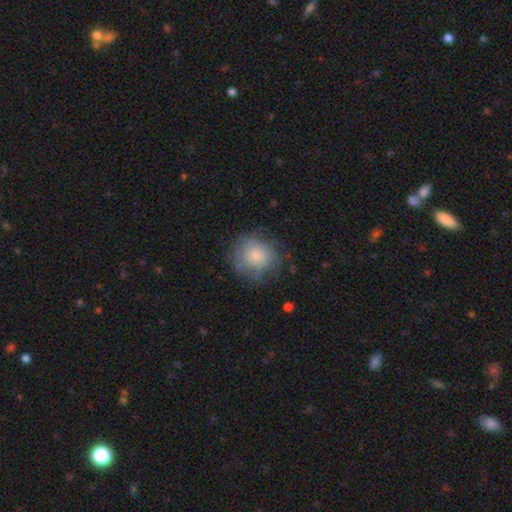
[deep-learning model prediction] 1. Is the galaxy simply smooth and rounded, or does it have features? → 71% smooth, 20% featured or disk, 9% star or artifact.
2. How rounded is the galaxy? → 83% round, 16% in between, 1% cigar-shaped.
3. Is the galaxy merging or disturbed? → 64% none, 23% minor disturbance, 12% major disturbance, 1% merger.